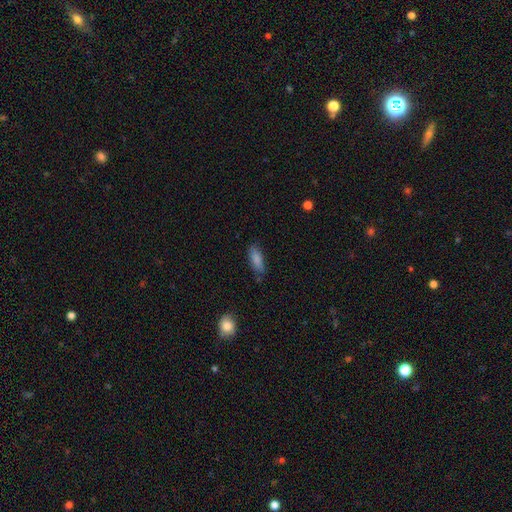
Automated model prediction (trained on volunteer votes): Smooth or featured: smooth — 79% (featured or disk — 11%)
How rounded: in between — 51% (cigar-shaped — 46%)
Merging: none — 80% (minor disturbance — 15%)